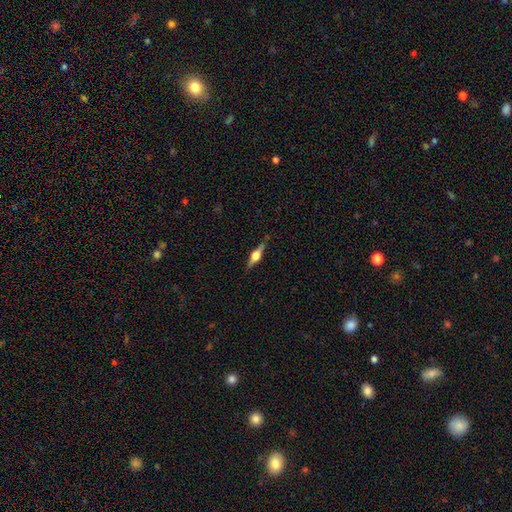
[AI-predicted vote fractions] smooth-or-featured: featured or disk: 70% | smooth: 23% | star or artifact: 7%
  disk-edge-on: yes: 97% | no: 3%
    edge-on-bulge: rounded: 92% | boxy: 7% | none: 1%
  merging: none: 85% | minor disturbance: 11% | major disturbance: 3% | merger: 2%